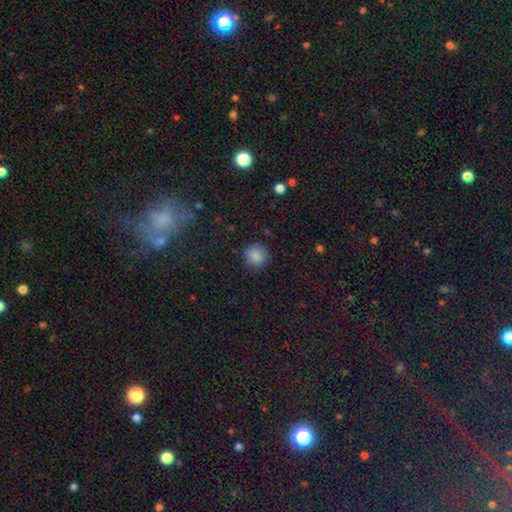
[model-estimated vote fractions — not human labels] smooth 84%, star or artifact 10%, featured or disk 5%. Down the decision tree: how rounded — round (93%); merging — none (87%).